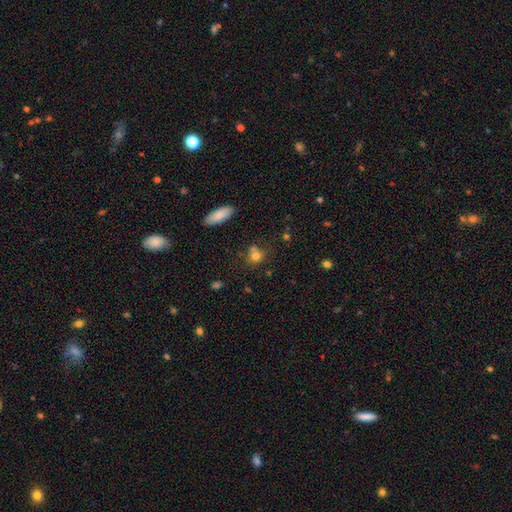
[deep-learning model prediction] smooth-or-featured: smooth: 76% | star or artifact: 13% | featured or disk: 11%
  how-rounded: round: 69% | in between: 29% | cigar-shaped: 2%
  merging: none: 56% | merger: 21% | minor disturbance: 16% | major disturbance: 6%